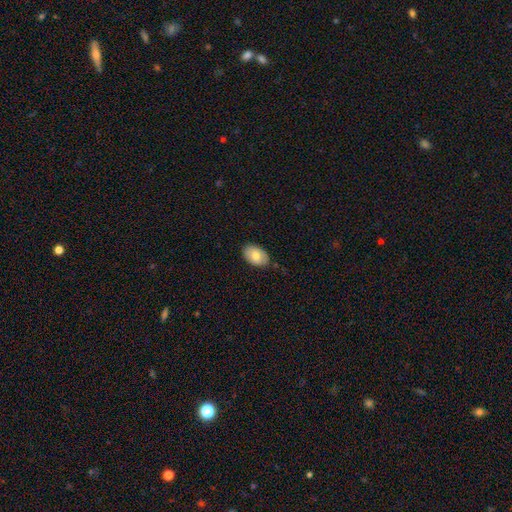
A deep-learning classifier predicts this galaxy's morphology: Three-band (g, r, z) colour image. It shows a smooth galaxy with no disk features (76%) that is in between round and cigar-shaped (91%). Merging: none (83%).